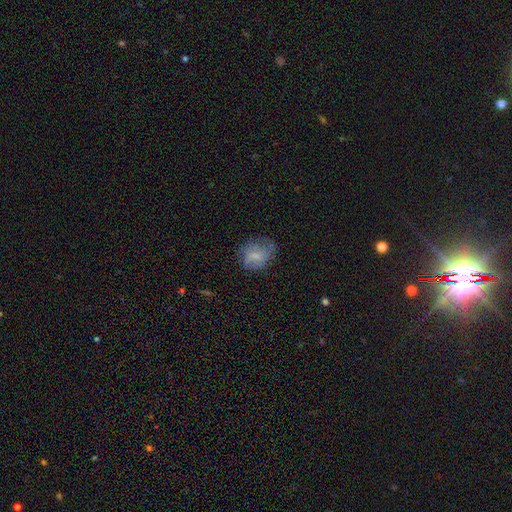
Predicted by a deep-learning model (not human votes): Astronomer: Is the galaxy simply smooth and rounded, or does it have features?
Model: smooth — 62%.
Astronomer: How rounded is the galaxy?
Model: in between — 53% (runner-up: round, 46%).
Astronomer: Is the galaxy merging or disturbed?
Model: none — 55%.